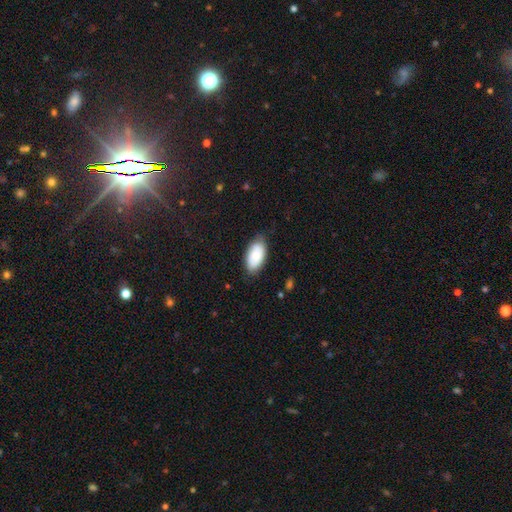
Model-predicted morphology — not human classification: smooth 75%, featured or disk 18%, star or artifact 7%. Down the decision tree: how rounded — in between (95%); merging — none (76%).